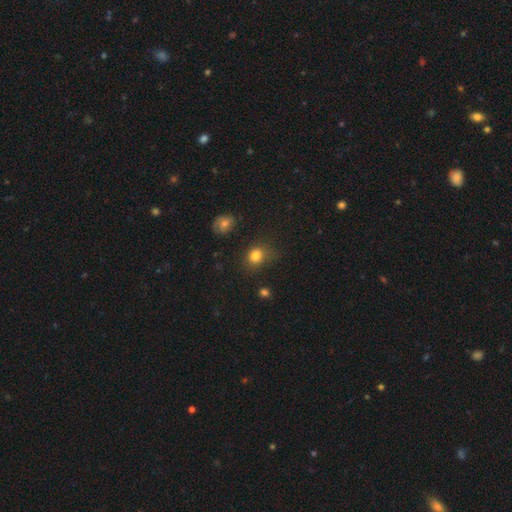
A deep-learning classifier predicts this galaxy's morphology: A smooth galaxy with no disk features (81%) that is round (68%). Merging: none (70%).